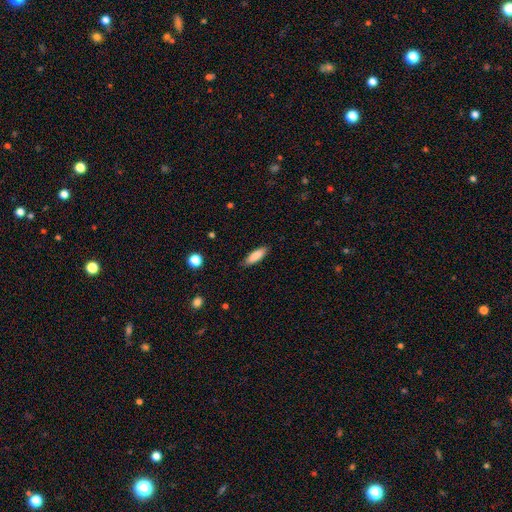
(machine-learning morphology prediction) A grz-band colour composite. It shows a smooth galaxy with no disk features (86%) that is in between round and cigar-shaped (50%). Merging: none (86%).